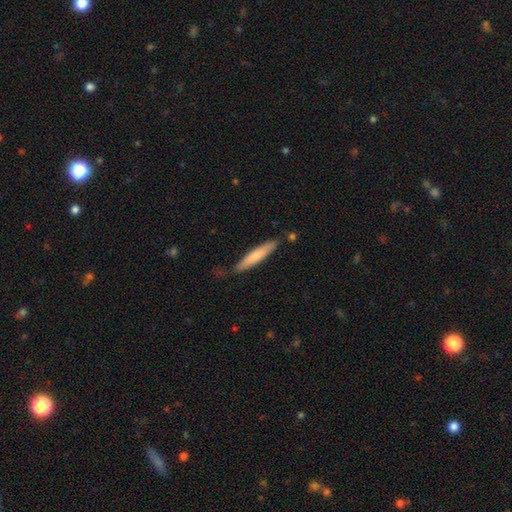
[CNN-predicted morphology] smooth 69%, featured or disk 26%, star or artifact 5%. Down the decision tree: how rounded — cigar-shaped (90%); merging — none (74%).